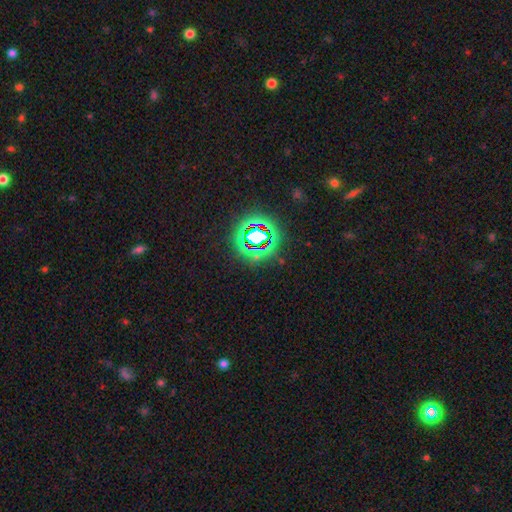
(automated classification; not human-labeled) Morphology: type=star or artifact (77%).